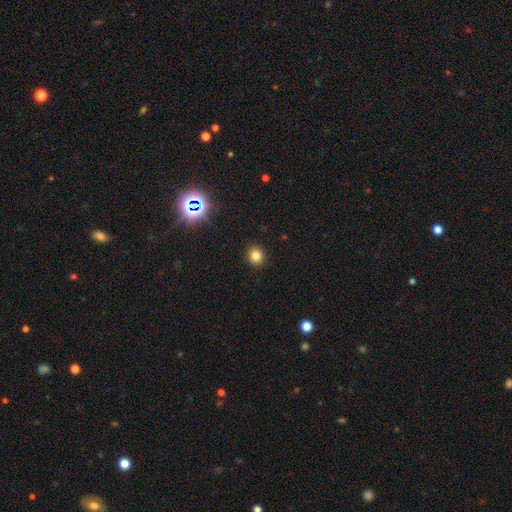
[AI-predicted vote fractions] smooth 81%, star or artifact 14%, featured or disk 5%. Down the decision tree: how rounded — round (87%); merging — none (92%).